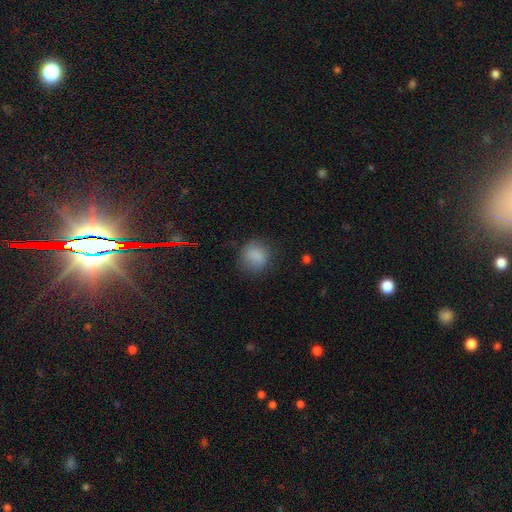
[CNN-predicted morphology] Q: Smooth or featured?
A: smooth (84%); runner-up: star or artifact (10%)
Q: How rounded?
A: round (83%); runner-up: in between (16%)
Q: Merging?
A: none (77%); runner-up: minor disturbance (16%)